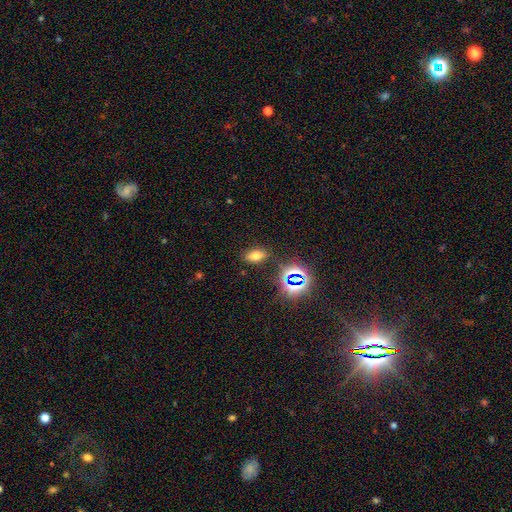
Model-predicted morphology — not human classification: This appears to be a smooth galaxy with no disk features (64%) that is in between round and cigar-shaped (82%). Merging: none (85%).